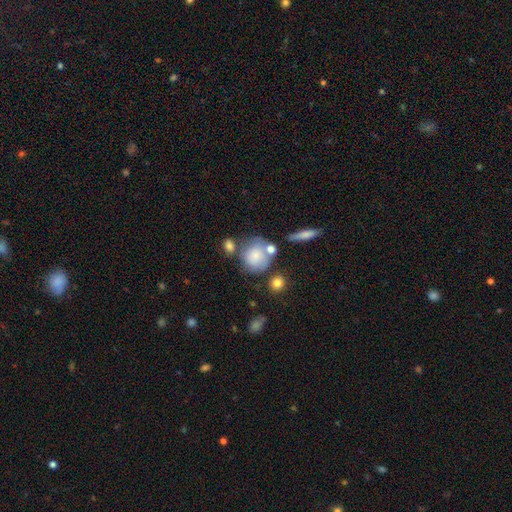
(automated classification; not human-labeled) smooth_or_featured: smooth (p=0.73) [alt: featured or disk p=0.18]
how_rounded: round (p=0.80) [alt: in between p=0.19]
merging: none (p=0.49) [alt: merger p=0.21]